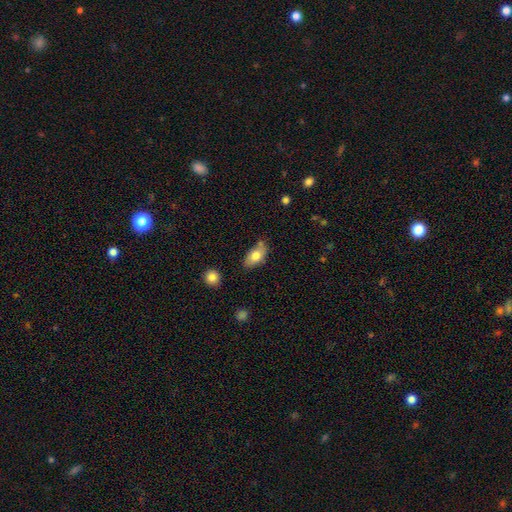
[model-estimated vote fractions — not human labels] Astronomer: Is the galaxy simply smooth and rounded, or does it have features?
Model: smooth — 75%.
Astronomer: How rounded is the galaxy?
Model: in between — 90%.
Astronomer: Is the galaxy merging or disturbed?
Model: none — 63%.